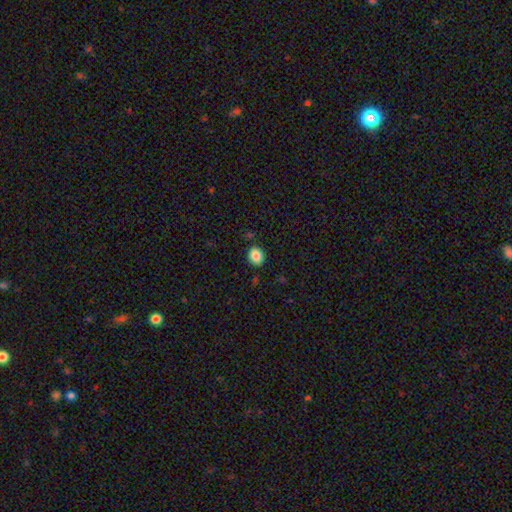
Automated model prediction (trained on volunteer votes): Morphology: type=smooth (87%); roundness=in between (57%); merging=none (87%).